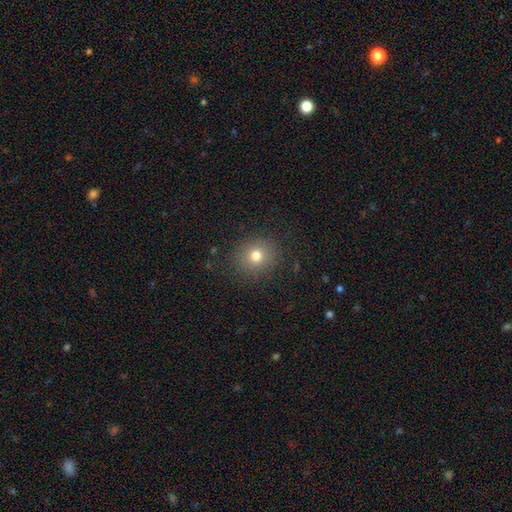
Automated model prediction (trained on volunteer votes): smooth 75%, star or artifact 15%, featured or disk 10%. Down the decision tree: how rounded — round (86%); merging — none (87%).